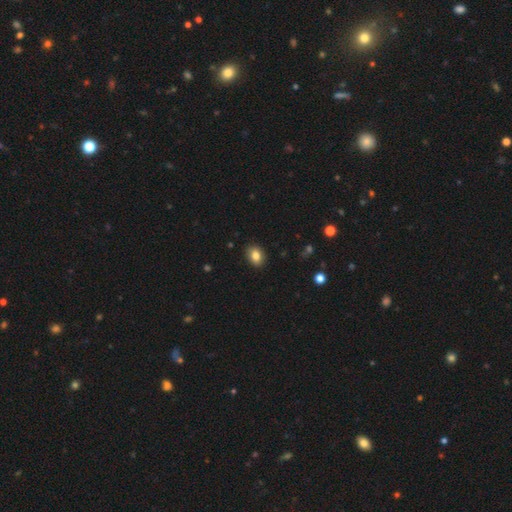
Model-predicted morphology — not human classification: Smooth or featured? Predicted: smooth (p=0.84). How rounded? Predicted: in between (p=0.68). Merging? Predicted: none (p=0.89).